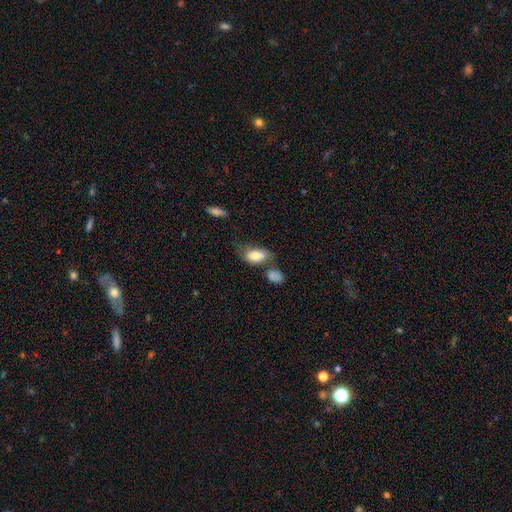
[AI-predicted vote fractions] Smooth or featured: smooth — 79% (featured or disk — 14%)
How rounded: in between — 91% (round — 6%)
Merging: none — 47% (merger — 23%)